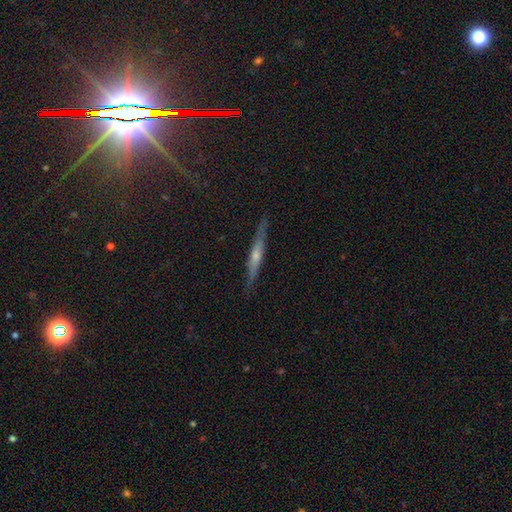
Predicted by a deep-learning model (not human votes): Morphology: type=featured or disk (66%); edge-on=yes (96%); edge-on bulge=rounded (68%); merging=none (89%).